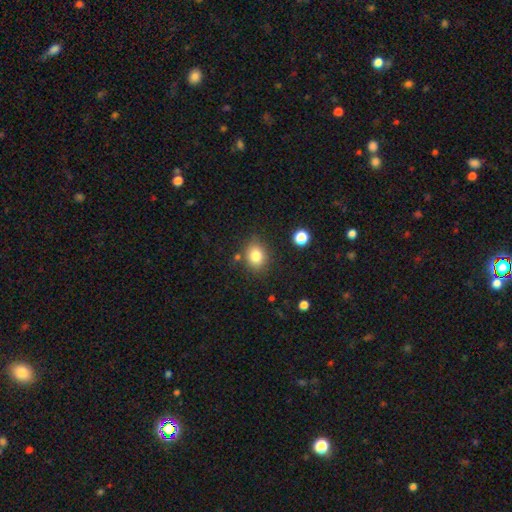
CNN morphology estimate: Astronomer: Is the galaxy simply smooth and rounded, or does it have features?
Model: smooth — 81%.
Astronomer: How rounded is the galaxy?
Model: round — 56% (runner-up: in between, 43%).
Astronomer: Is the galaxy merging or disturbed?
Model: none — 80%.